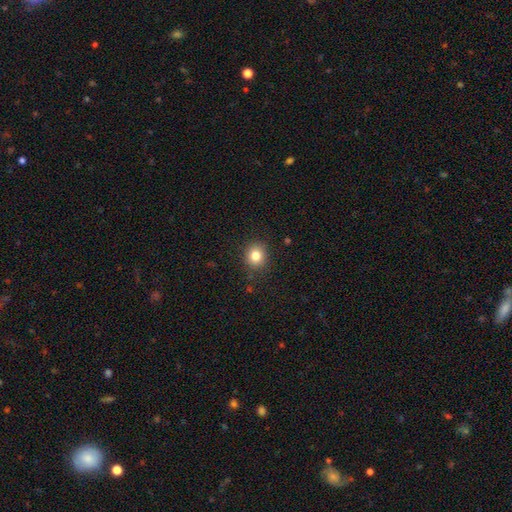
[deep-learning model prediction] Smooth or featured? Predicted: smooth (p=0.82). How rounded? Predicted: round (p=0.83). Merging? Predicted: none (p=0.88).